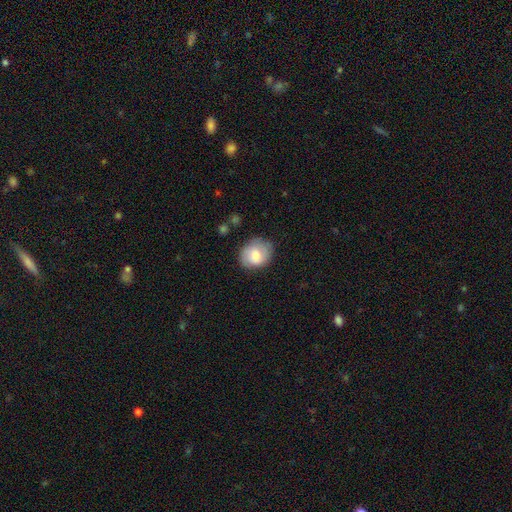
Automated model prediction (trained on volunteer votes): Smooth or featured? smooth (71%)
How rounded? round (61%)
Merging? none (75%)